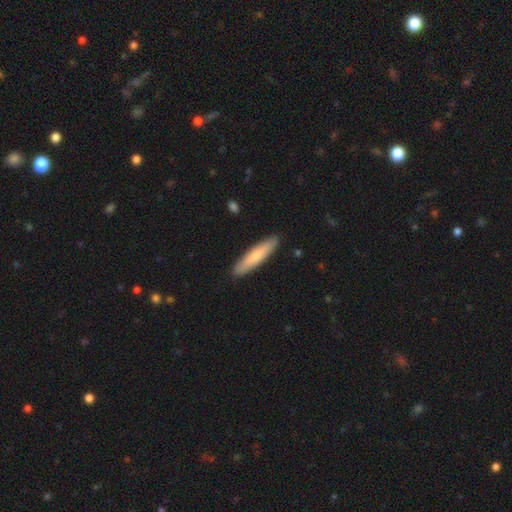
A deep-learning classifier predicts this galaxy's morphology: This appears to be a smooth galaxy with no disk features (70%) that is cigar-shaped (83%). Merging: none (90%).